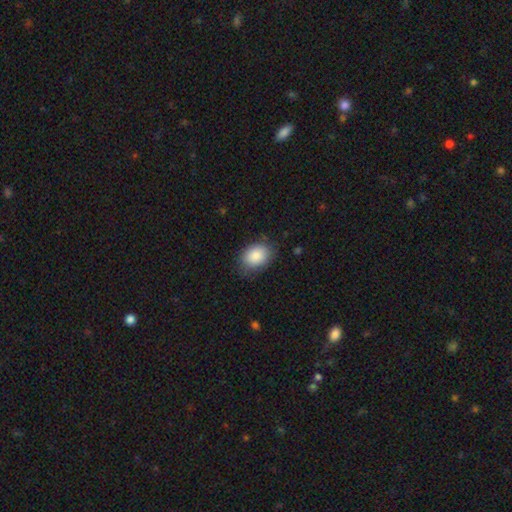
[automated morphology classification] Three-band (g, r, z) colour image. It shows a smooth galaxy with no disk features (87%) that is in between round and cigar-shaped (76%). Merging: none (79%).